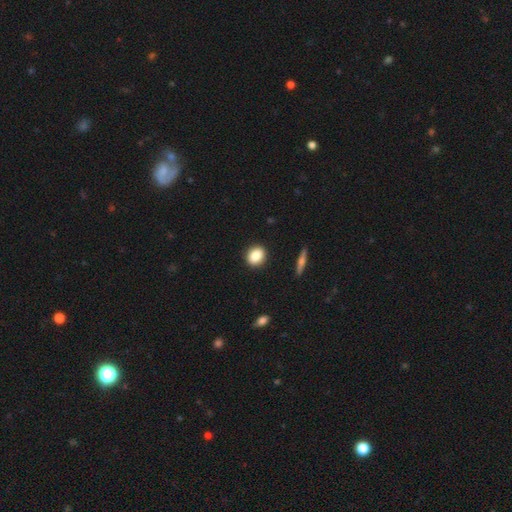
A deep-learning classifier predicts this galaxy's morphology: A smooth galaxy with no disk features (84%) that is round (64%).

Vote fractions:
- Smooth or featured? smooth: 84% / star or artifact: 8% / featured or disk: 7%
- How rounded? round: 64% / in between: 34% / cigar-shaped: 2%
- Merging? none: 91% / minor disturbance: 6% / major disturbance: 2% / merger: 1%